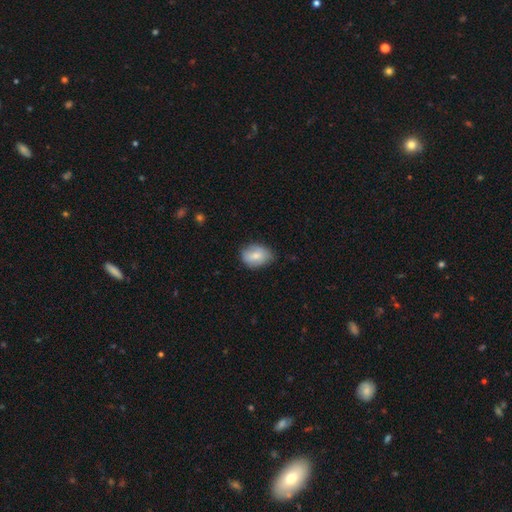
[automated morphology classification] smooth-or-featured: smooth: 79% | featured or disk: 14% | star or artifact: 7%
  how-rounded: in between: 76% | round: 23% | cigar-shaped: 1%
  merging: none: 67% | minor disturbance: 27% | major disturbance: 4% | merger: 1%